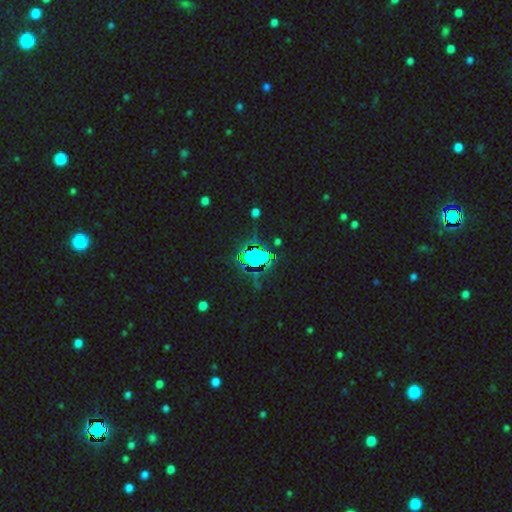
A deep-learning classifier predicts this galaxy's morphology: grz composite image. It shows a star or artifact, not a galaxy (73%).